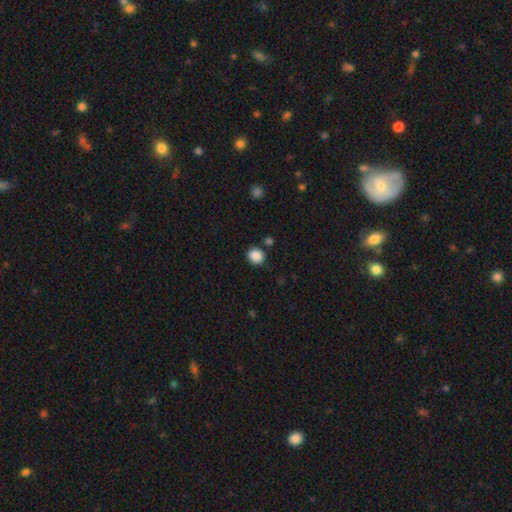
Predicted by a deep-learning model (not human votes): Morphology: type=smooth (87%); roundness=round (84%); merging=none (84%).